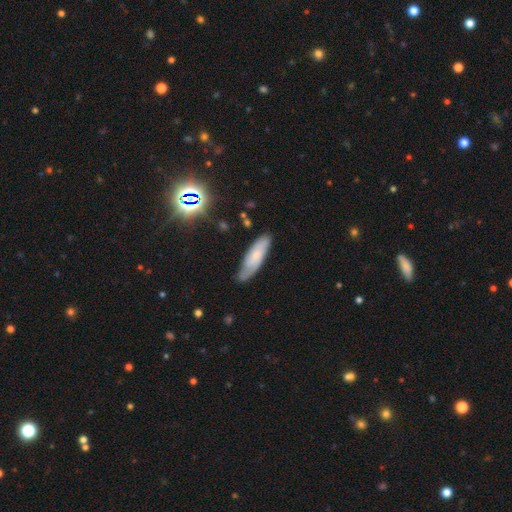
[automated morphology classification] A smooth galaxy with no disk features (58%) that is cigar-shaped (49%, tied with in between).

Vote fractions:
- Smooth or featured? smooth: 58% / featured or disk: 34% / star or artifact: 9%
- How rounded? cigar-shaped: 49% (tied) / in between: 49% (tied) / round: 2%
- Merging? none: 67% / minor disturbance: 25% / major disturbance: 5% / merger: 2%